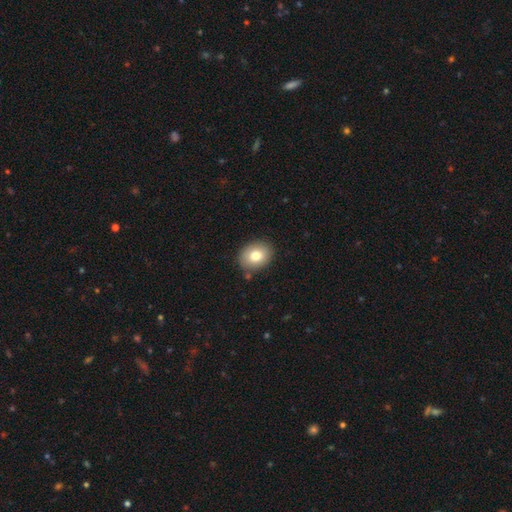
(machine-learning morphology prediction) Smooth or featured: smooth — 79% (featured or disk — 13%)
How rounded: in between — 57% (round — 42%)
Merging: none — 85% (minor disturbance — 10%)